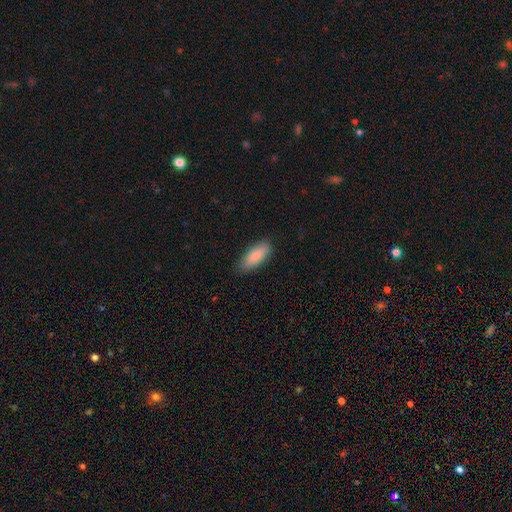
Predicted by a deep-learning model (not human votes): Smooth or featured? Predicted: smooth (p=0.86). How rounded? Predicted: in between (p=0.78). Merging? Predicted: none (p=0.84).